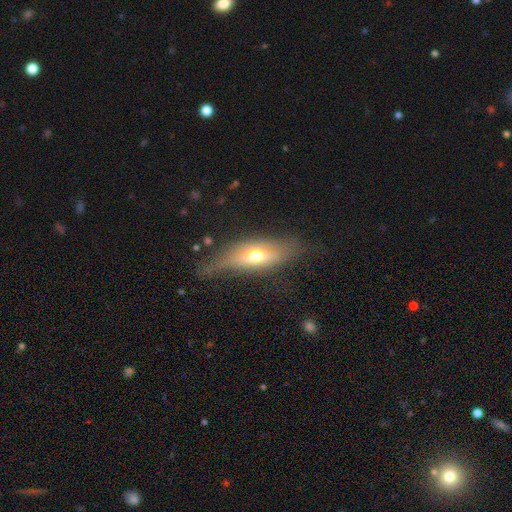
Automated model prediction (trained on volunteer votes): The model was most divided on "smooth or featured": featured or disk: 50%, smooth: 42%, star or artifact: 7%. More confident: edge-on disk — yes (67%); merging — none (54%).